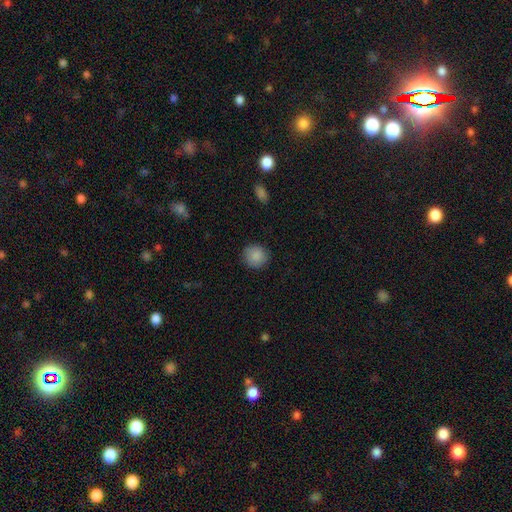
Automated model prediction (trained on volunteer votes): Smooth or featured? smooth (88%)
How rounded? round (88%)
Merging? none (88%)